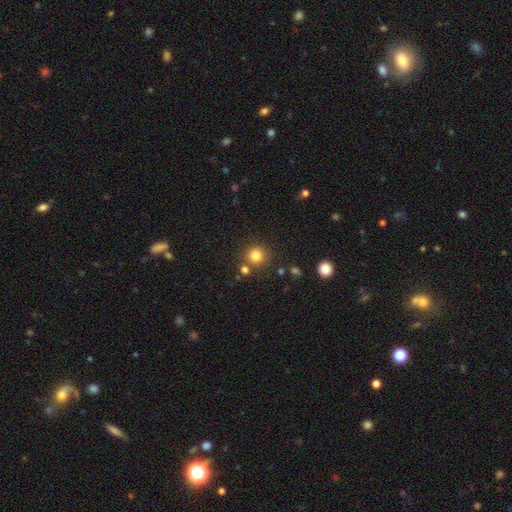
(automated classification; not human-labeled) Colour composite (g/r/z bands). It shows a smooth galaxy with no disk features (81%) that is round (93%). Merging: none (80%).